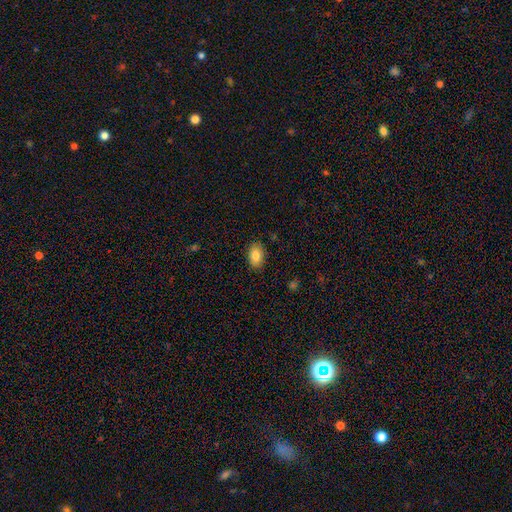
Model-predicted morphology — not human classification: Smooth or featured? Predicted: smooth (p=0.85). How rounded? Predicted: in between (p=0.90). Merging? Predicted: none (p=0.87).